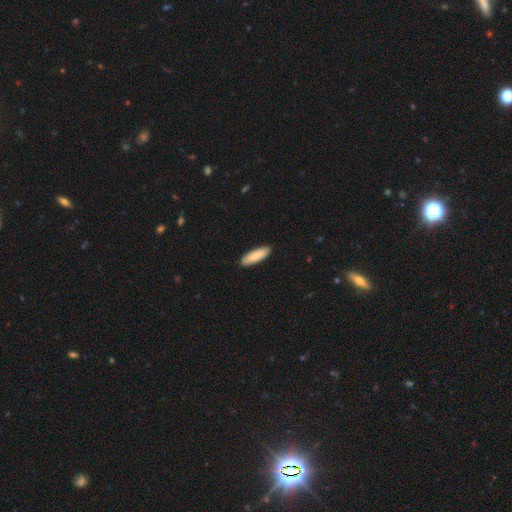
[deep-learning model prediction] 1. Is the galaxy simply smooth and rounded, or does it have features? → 86% smooth, 9% featured or disk, 5% star or artifact.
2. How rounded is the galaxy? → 58% cigar-shaped, 40% in between, 1% round.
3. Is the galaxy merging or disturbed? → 91% none, 7% minor disturbance, 1% major disturbance, 1% merger.